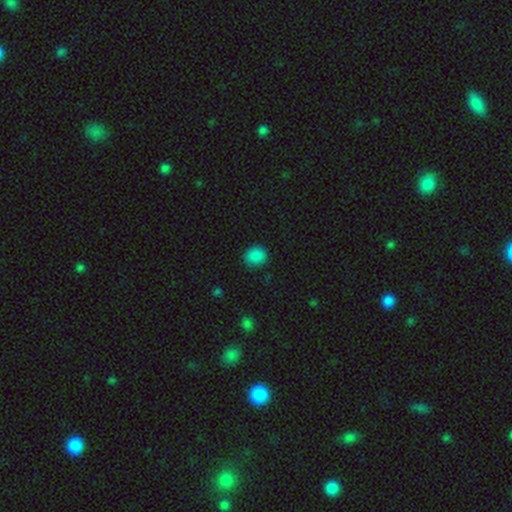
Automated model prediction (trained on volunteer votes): The model was most divided on "how rounded": round: 71%, in between: 28%, cigar-shaped: 1%. More confident: smooth or featured — smooth (86%); merging — none (86%).